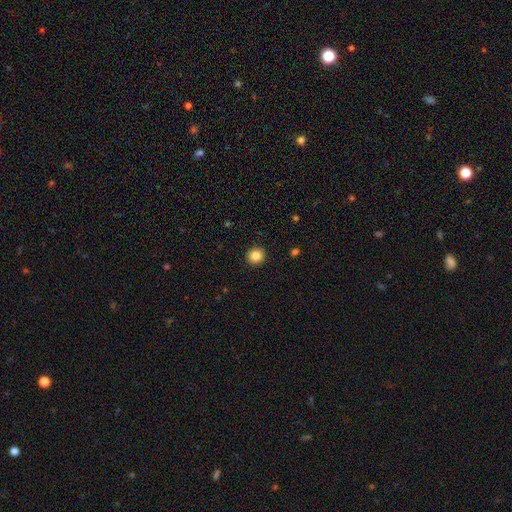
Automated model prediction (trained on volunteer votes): A smooth galaxy with no disk features (85%) that is round (91%).

Vote fractions:
- Smooth or featured? smooth: 85% / star or artifact: 10% / featured or disk: 5%
- How rounded? round: 91% / in between: 8% / cigar-shaped: 1%
- Merging? none: 92% / minor disturbance: 5% / major disturbance: 2% / merger: 1%